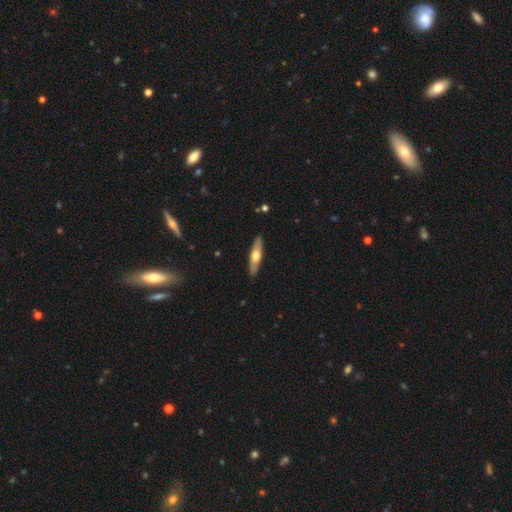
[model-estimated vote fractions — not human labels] smooth_or_featured: smooth (p=0.48) [alt: featured or disk p=0.47]
merging: none (p=0.91) [alt: minor disturbance p=0.07]